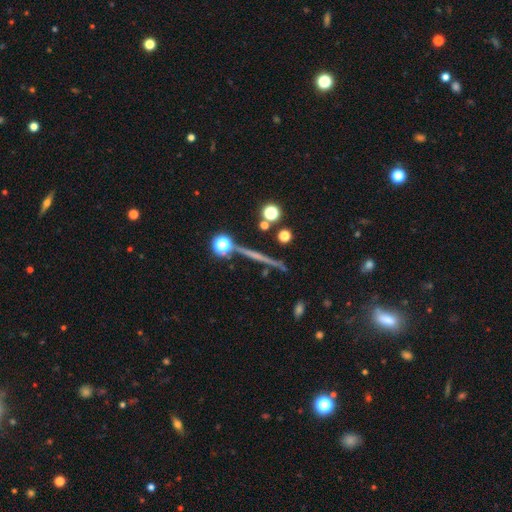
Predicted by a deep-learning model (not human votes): This is possibly a featured or disk galaxy (58%). It is clearly viewed edge-on (94%). Edge-on bulge: likely none (70%). Merging: clearly none (86%).